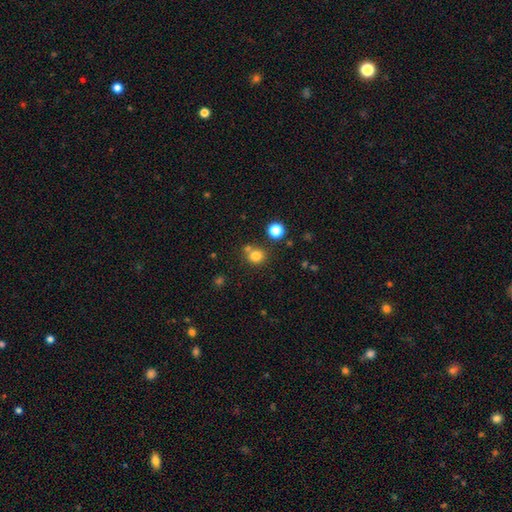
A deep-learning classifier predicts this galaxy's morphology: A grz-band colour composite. It shows a smooth galaxy with no disk features (79%) that is round (84%). Merging: none (67%).